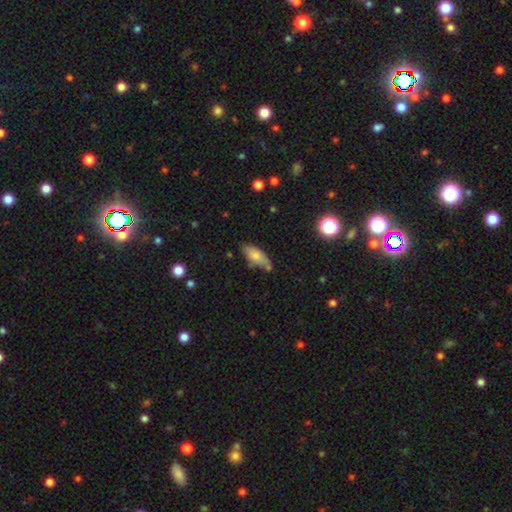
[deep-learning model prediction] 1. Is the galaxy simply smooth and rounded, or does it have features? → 74% smooth, 18% featured or disk, 8% star or artifact.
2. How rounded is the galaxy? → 81% in between, 16% cigar-shaped, 3% round.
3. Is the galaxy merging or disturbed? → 66% none, 23% minor disturbance, 6% merger, 4% major disturbance.